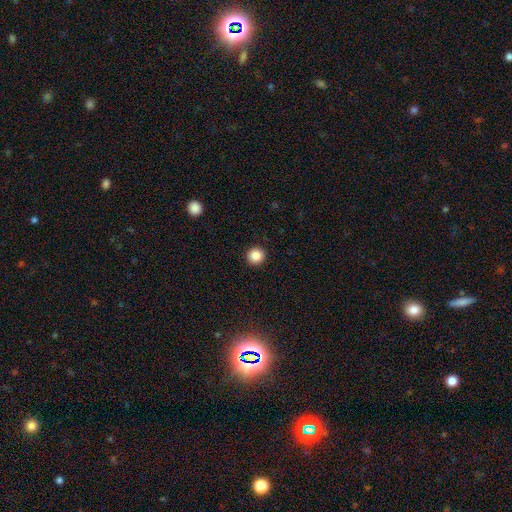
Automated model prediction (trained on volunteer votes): smooth 87%, star or artifact 10%, featured or disk 3%. Down the decision tree: how rounded — round (95%); merging — none (93%).